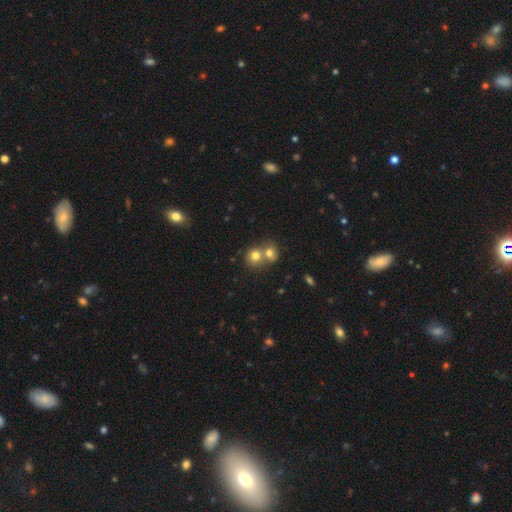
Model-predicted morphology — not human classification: smooth_or_featured: smooth (p=0.74) [alt: star or artifact p=0.13]
how_rounded: round (p=0.81) [alt: in between p=0.18]
merging: merger (p=0.56) [alt: none p=0.36]